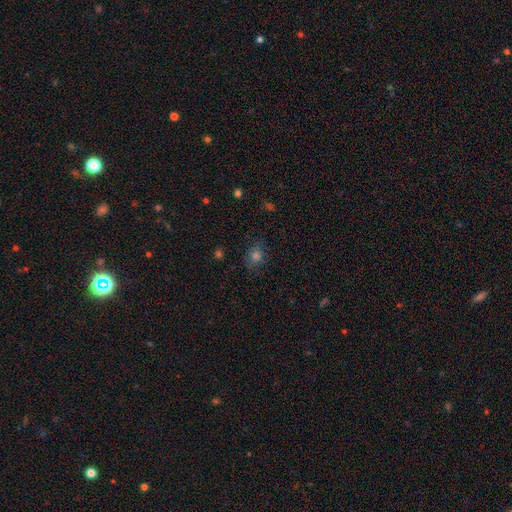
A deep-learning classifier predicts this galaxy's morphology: This appears to be a smooth galaxy with no disk features (71%) that is round (61%). Merging: none (79%).